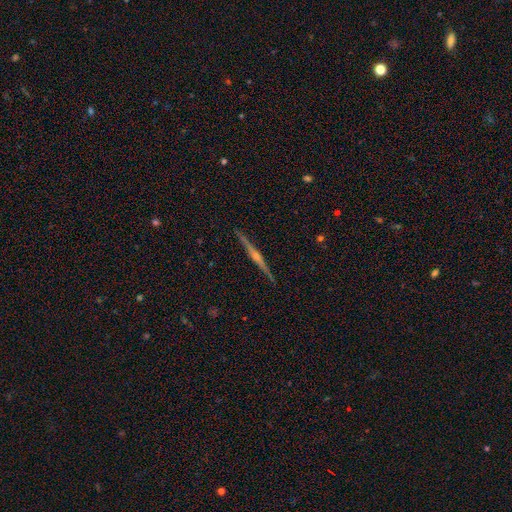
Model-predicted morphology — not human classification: Overall: featured or disk (84%). Edge-on disk: yes (99%). Edge-on bulge: rounded (83%). Merging: none (92%).